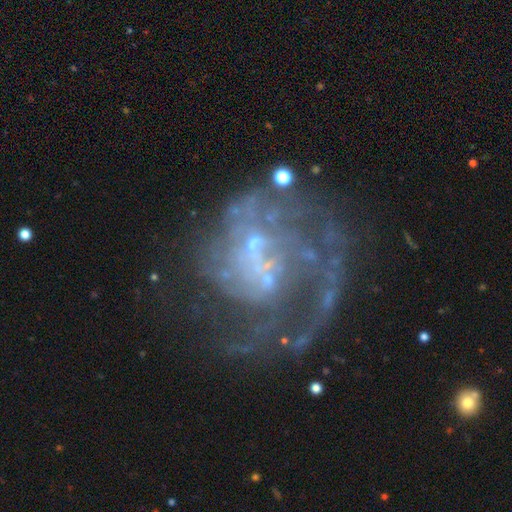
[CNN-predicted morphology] Smooth or featured? featured or disk (79%)
Edge-on disk? no (98%)
Bar? no (67%)
Spiral arms? yes (74%)
Spiral winding? medium (36%)
Spiral arm count? 1 (34%)
Bulge size? small (52%)
Merging? none (40%)